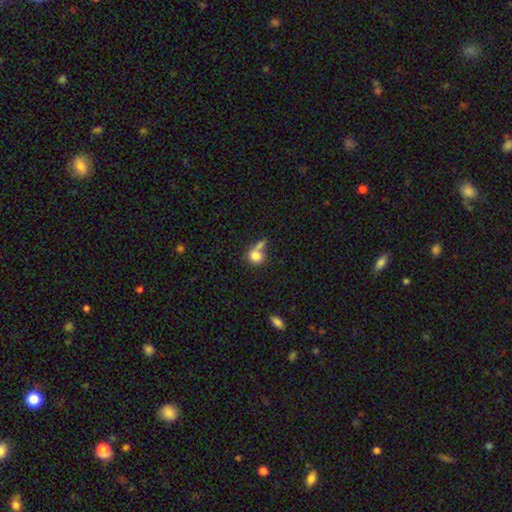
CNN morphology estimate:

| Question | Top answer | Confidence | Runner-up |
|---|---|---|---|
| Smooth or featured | smooth | 80% | featured or disk (11%) |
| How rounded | round | 71% | in between (27%) |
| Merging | none | 37% | merger (36%) |